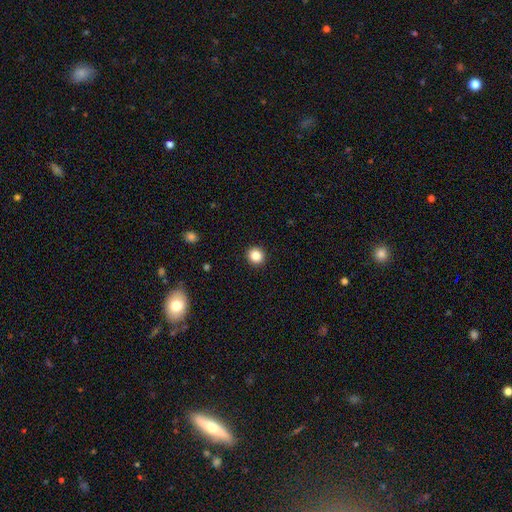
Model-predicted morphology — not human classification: Smooth or featured?
  - smooth: 85% *
  - star or artifact: 11%
  - featured or disk: 4%
How rounded?
  - round: 90% *
  - in between: 9%
  - cigar-shaped: 1%
Merging?
  - none: 93% *
  - minor disturbance: 5%
  - major disturbance: 2%
  - merger: 1%